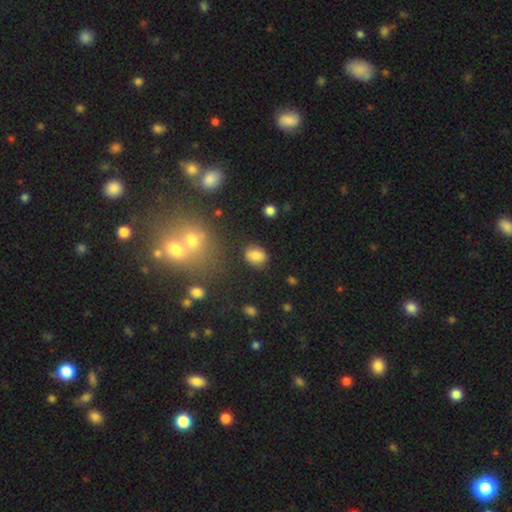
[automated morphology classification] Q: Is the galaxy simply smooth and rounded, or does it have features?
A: smooth — 81%.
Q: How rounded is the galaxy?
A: in between — 60%.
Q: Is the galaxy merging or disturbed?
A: none — 83%.